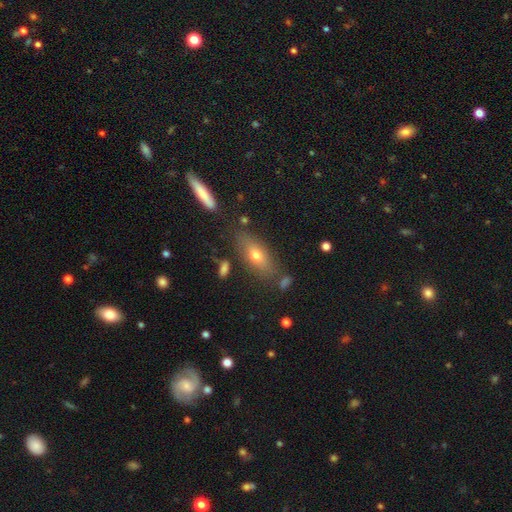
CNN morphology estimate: Q: Smooth or featured?
A: smooth (67%); runner-up: featured or disk (24%)
Q: How rounded?
A: in between (78%); runner-up: cigar-shaped (16%)
Q: Merging?
A: none (76%); runner-up: minor disturbance (14%)